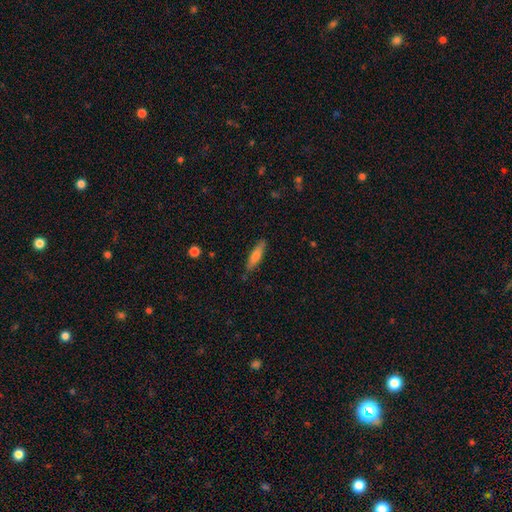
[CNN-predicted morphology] Q: Smooth or featured?
A: smooth (71%); runner-up: featured or disk (22%)
Q: How rounded?
A: cigar-shaped (76%); runner-up: in between (23%)
Q: Merging?
A: none (82%); runner-up: minor disturbance (14%)